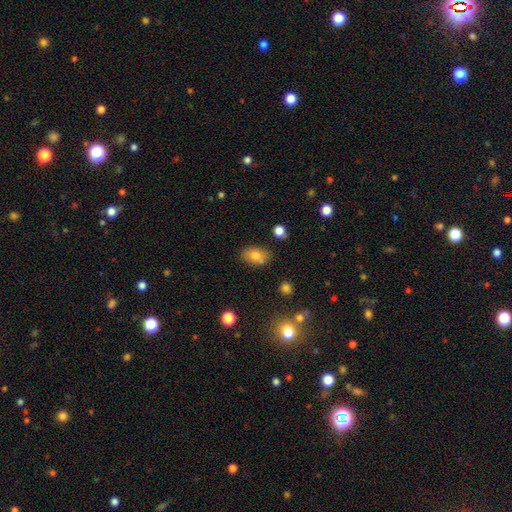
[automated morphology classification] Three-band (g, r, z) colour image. It shows a smooth galaxy with no disk features (77%) that is in between round and cigar-shaped (84%). Merging: none (72%).